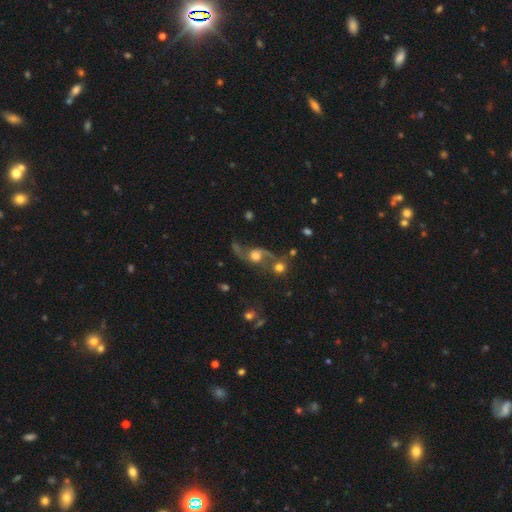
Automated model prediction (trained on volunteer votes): Smooth or featured: featured or disk — 78% (smooth — 13%)
Edge-on disk: no — 94% (yes — 6%)
Bar: no — 70% (weak — 25%)
Spiral arms: yes — 93% (no — 7%)
Spiral winding: loose — 83% (medium — 14%)
Spiral arm count: 2 — 92% (1 — 4%)
Bulge size: moderate — 54% (large — 28%)
Merging: none — 51% (merger — 19%)